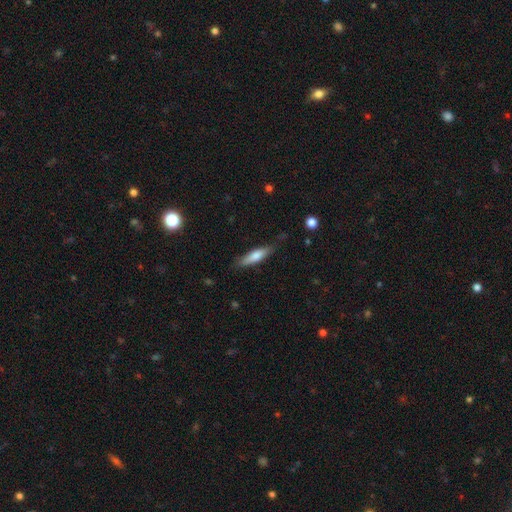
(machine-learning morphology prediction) smooth_or_featured: smooth (p=0.69) [alt: featured or disk p=0.25]
how_rounded: cigar-shaped (p=0.71) [alt: in between p=0.27]
merging: none (p=0.78) [alt: minor disturbance p=0.17]